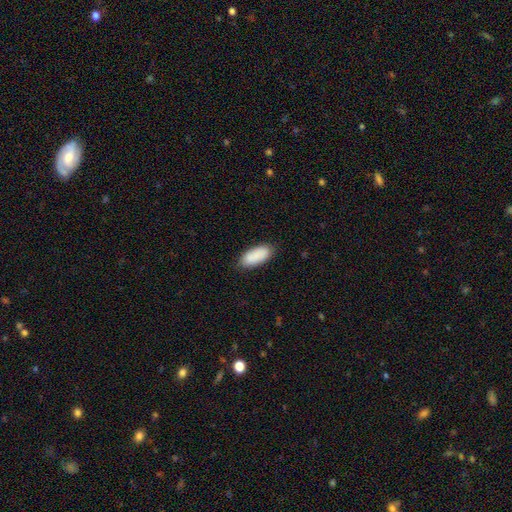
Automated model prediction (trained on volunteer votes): The model was most divided on "merging": none: 84%, minor disturbance: 13%, major disturbance: 2%, merger: 1%. More confident: smooth or featured — smooth (89%); how rounded — in between (88%).